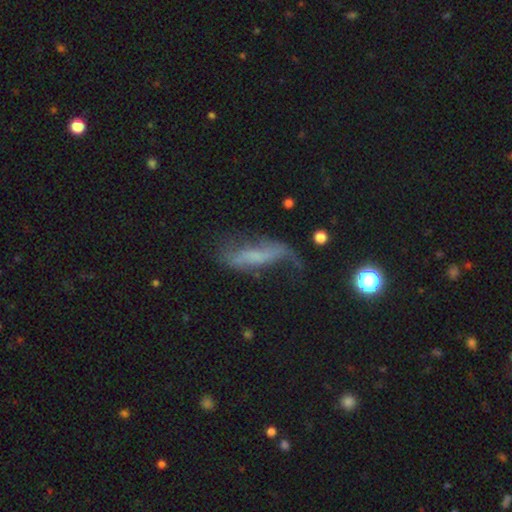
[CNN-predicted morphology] smooth-or-featured: featured or disk: 49% | smooth: 38% | star or artifact: 13%
  merging: none: 36% | major disturbance: 31% | minor disturbance: 27% | merger: 5%